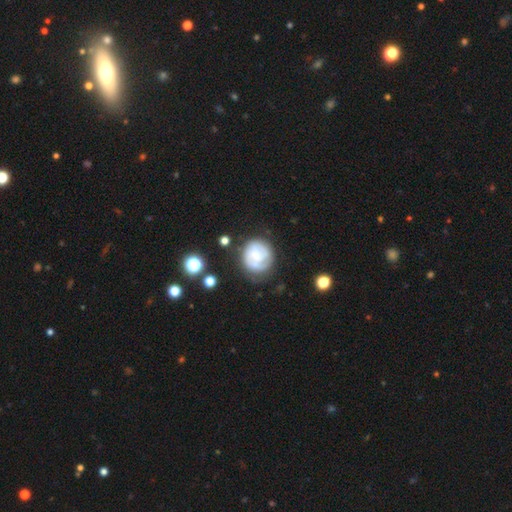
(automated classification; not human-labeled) A featured or disk galaxy (58%) with no bar (57%), spiral arms (76%) and a small central bulge (53%). Merging: none (61%).